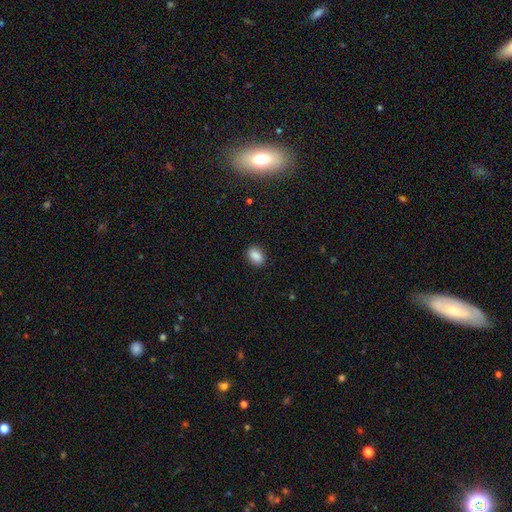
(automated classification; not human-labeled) The model was most divided on "how rounded": in between: 80%, round: 18%, cigar-shaped: 2%. More confident: merging — none (88%); smooth or featured — smooth (87%).